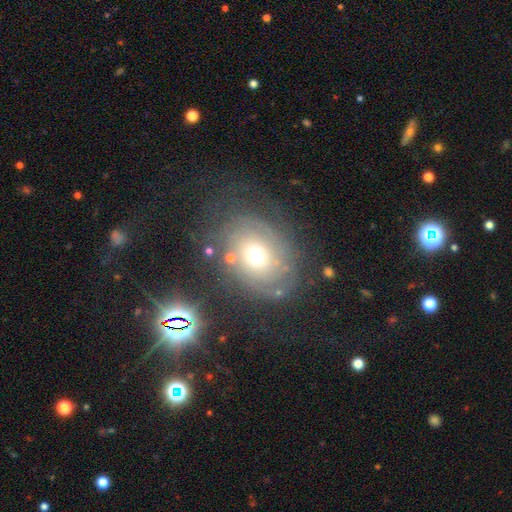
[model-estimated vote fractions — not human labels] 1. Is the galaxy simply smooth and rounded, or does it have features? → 61% featured or disk, 26% smooth, 13% star or artifact.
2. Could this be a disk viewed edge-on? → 95% no, 5% yes.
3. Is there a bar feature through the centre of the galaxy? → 85% no, 12% weak, 3% strong.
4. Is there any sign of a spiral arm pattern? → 74% yes, 26% no.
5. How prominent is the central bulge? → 61% moderate, 30% small, 6% large, 2% dominant, 1% none.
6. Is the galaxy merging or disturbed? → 65% none, 18% minor disturbance, 13% major disturbance, 4% merger.